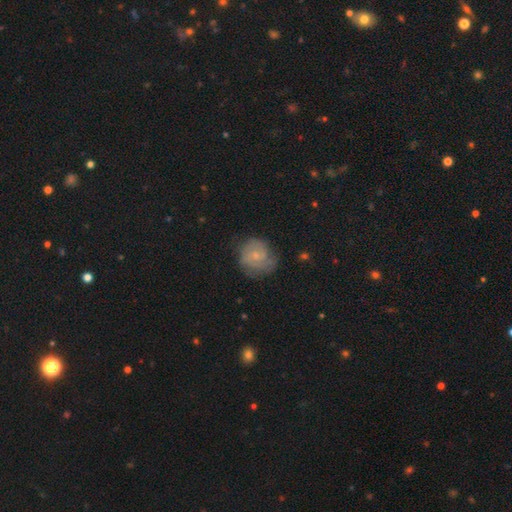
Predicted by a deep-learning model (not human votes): Smooth or featured? featured or disk (53%)
Edge-on disk? no (98%)
Bar? no (75%)
Spiral arms? yes (80%)
Bulge size? small (68%)
Merging? none (60%)